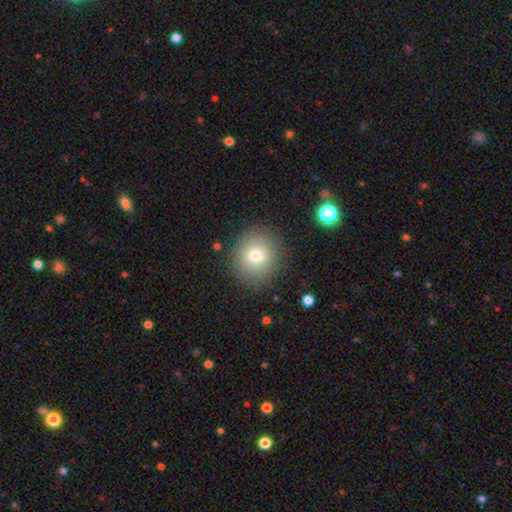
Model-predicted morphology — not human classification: type=smooth (76%); roundness=round (83%); merging=none (86%).